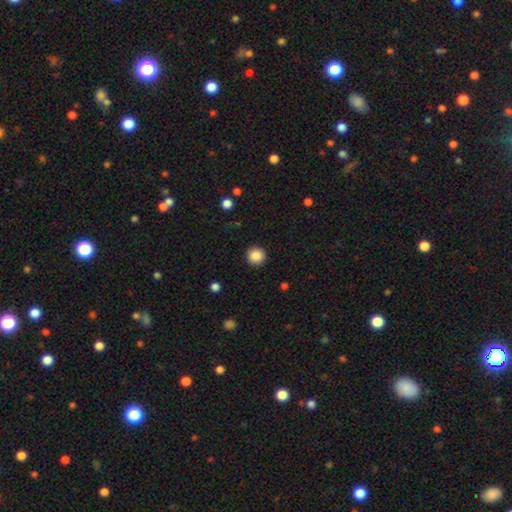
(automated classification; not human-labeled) The model was most divided on "smooth or featured": smooth: 87%, star or artifact: 9%, featured or disk: 4%. More confident: how rounded — round (95%); merging — none (92%).